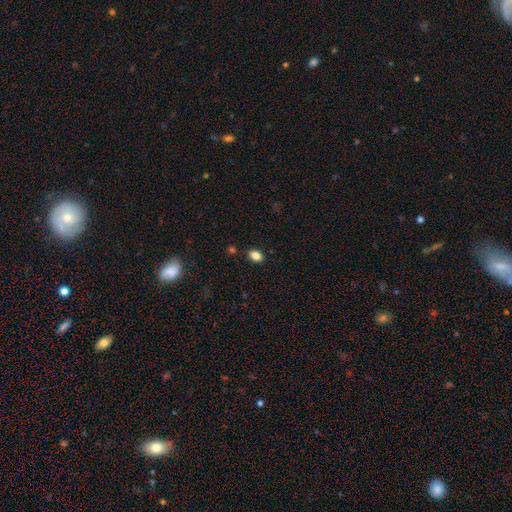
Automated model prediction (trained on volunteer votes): smooth_or_featured: smooth (p=0.85) [alt: star or artifact p=0.11]
how_rounded: in between (p=0.78) [alt: round p=0.21]
merging: none (p=0.87) [alt: minor disturbance p=0.08]